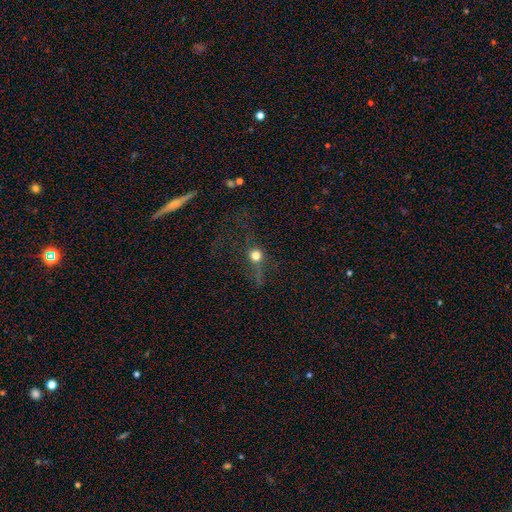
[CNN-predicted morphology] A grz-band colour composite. It shows a smooth galaxy with no disk features (53%) that is round (89%). Merging: none (66%).